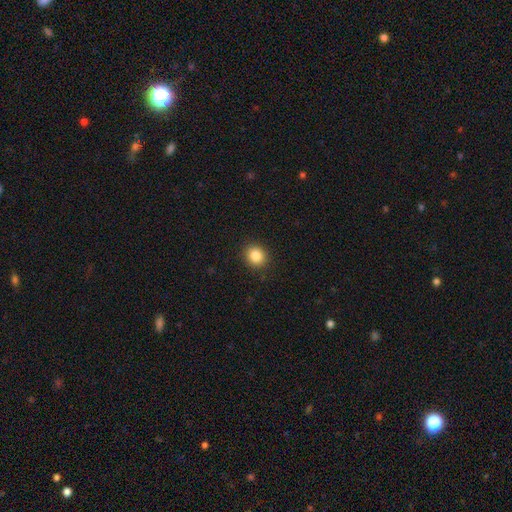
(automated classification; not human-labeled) smooth-or-featured: smooth: 85% | star or artifact: 10% | featured or disk: 5%
  how-rounded: round: 79% | in between: 20% | cigar-shaped: 1%
  merging: none: 91% | minor disturbance: 6% | major disturbance: 2% | merger: 1%